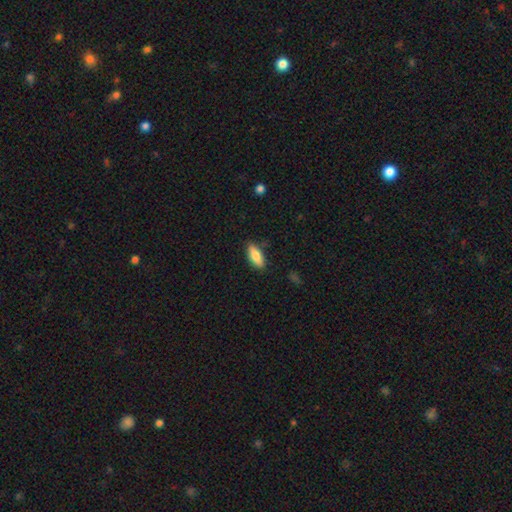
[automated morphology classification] This is clearly a smooth galaxy (81%). How rounded: likely in between (75%). Merging: clearly none (85%).